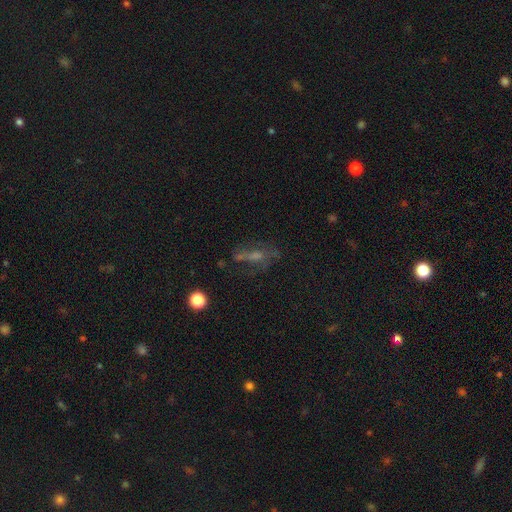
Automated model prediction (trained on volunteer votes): Smooth or featured?
  - featured or disk: 45% *
  - star or artifact: 29%
  - smooth: 27%
Merging?
  - none: 55% *
  - major disturbance: 21%
  - minor disturbance: 20%
  - merger: 4%